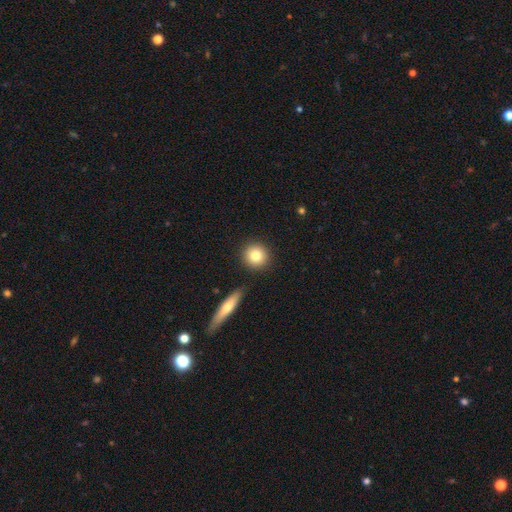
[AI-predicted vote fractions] Smooth or featured: smooth — 80% (featured or disk — 11%)
How rounded: round — 91% (in between — 8%)
Merging: none — 86% (minor disturbance — 7%)